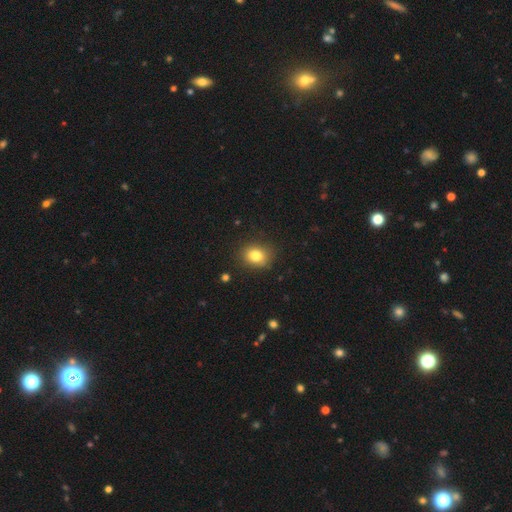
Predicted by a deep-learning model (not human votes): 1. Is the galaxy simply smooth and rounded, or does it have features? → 81% smooth, 11% star or artifact, 7% featured or disk.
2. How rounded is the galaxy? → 55% round, 44% in between, 1% cigar-shaped.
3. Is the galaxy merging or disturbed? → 86% none, 10% minor disturbance, 3% major disturbance, 1% merger.